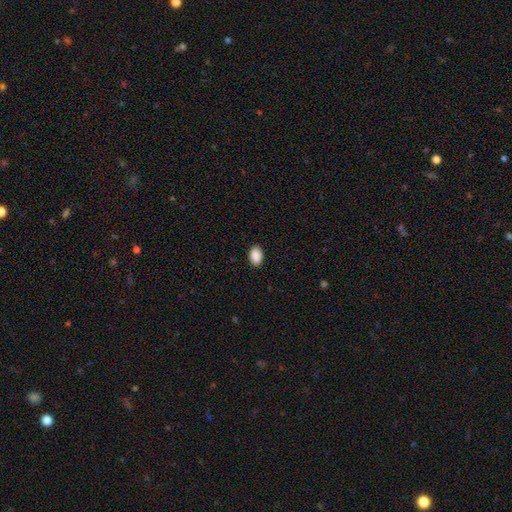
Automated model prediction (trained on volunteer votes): Morphology: type=smooth (90%); roundness=in between (87%); merging=none (89%).